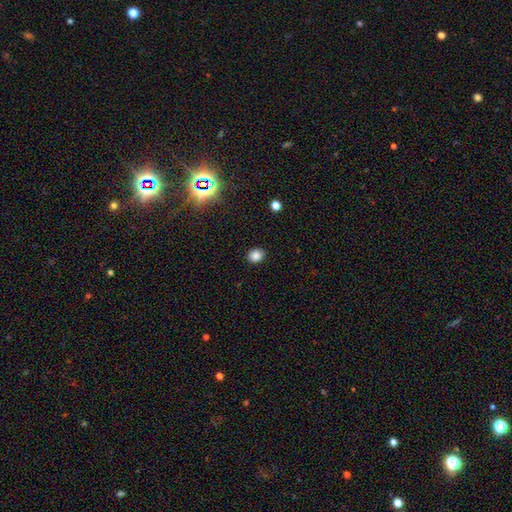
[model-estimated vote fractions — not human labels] This is clearly a smooth galaxy (84%). How rounded: likely round (67%). Merging: clearly none (89%).